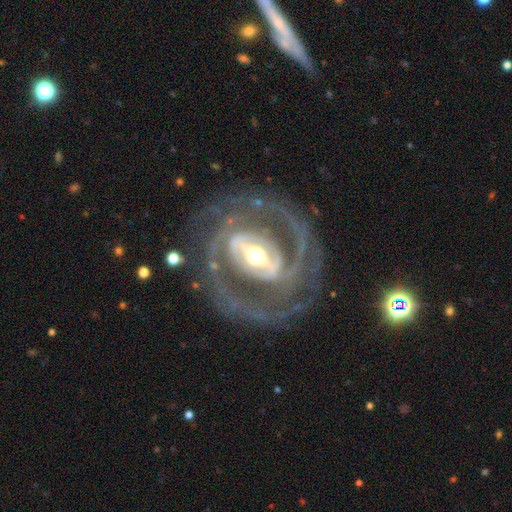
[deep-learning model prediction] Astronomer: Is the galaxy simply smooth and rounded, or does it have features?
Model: featured or disk — 90%.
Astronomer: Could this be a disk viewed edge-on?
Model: no — 96%.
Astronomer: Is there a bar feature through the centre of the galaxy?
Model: strong — 63%.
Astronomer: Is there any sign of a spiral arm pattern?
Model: yes — 94%.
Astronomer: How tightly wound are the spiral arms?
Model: tight — 46% (runner-up: medium, 42%).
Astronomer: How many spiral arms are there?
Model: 2 — 67%.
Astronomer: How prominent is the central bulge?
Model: moderate — 60%.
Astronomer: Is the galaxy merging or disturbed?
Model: none — 73%.